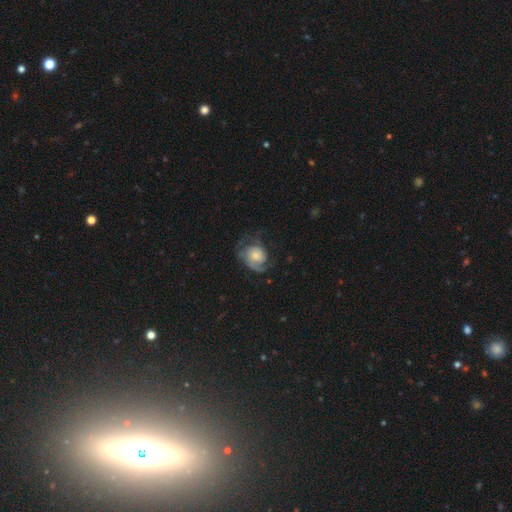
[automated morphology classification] Q: Smooth or featured?
A: featured or disk (67%); runner-up: smooth (26%)
Q: Edge-on disk?
A: no (97%); runner-up: yes (3%)
Q: Bar?
A: no (75%); runner-up: weak (21%)
Q: Spiral arms?
A: yes (88%); runner-up: no (12%)
Q: Spiral winding?
A: medium (39%); tied with: tight (39%)
Q: Spiral arm count?
A: 2 (43%); runner-up: can't tell (21%)
Q: Bulge size?
A: moderate (40%); runner-up: small (39%)
Q: Merging?
A: none (51%); runner-up: major disturbance (25%)